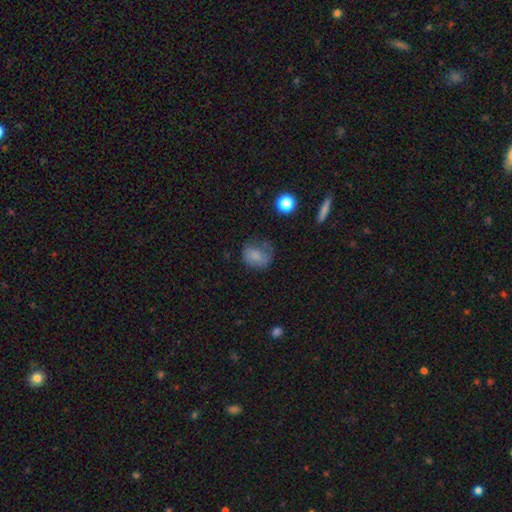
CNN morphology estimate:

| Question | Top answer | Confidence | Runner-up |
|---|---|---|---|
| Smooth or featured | smooth | 74% | featured or disk (15%) |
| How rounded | round | 55% | in between (44%) |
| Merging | none | 45% | minor disturbance (30%) |